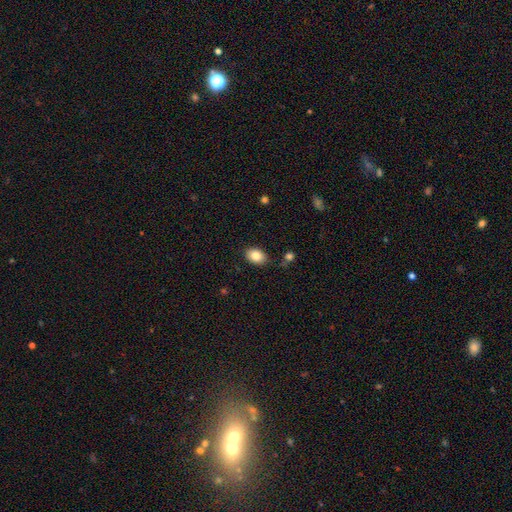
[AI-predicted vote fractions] This appears to be a smooth galaxy with no disk features (85%) that is in between round and cigar-shaped (82%). Merging: none (83%).